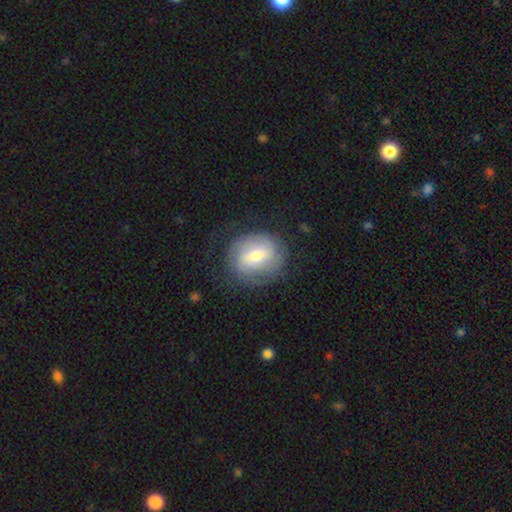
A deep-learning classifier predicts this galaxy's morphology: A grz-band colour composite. It shows a featured or disk galaxy (54%) with a weak bar (47%), spiral arms (79%) and a moderate central bulge (56%). Merging: none (73%).